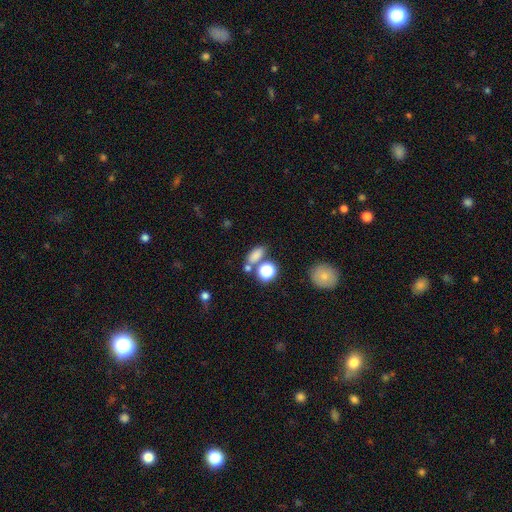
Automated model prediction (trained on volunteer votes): Morphology: type=smooth (76%); roundness=in between (72%); merging=none (59%).